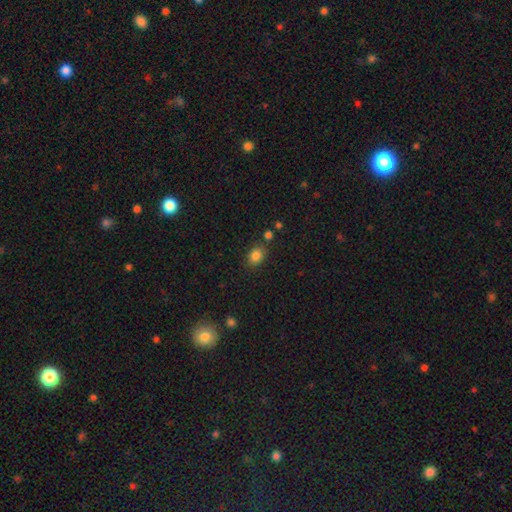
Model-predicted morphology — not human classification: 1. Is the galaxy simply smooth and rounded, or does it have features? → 83% smooth, 12% star or artifact, 6% featured or disk.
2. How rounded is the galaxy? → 61% in between, 38% round, 1% cigar-shaped.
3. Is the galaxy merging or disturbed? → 77% none, 13% minor disturbance, 6% merger, 4% major disturbance.